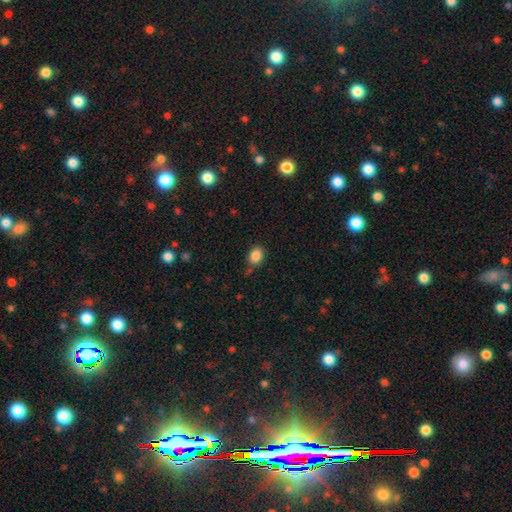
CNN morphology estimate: type=smooth (86%); roundness=in between (57%); merging=none (77%).